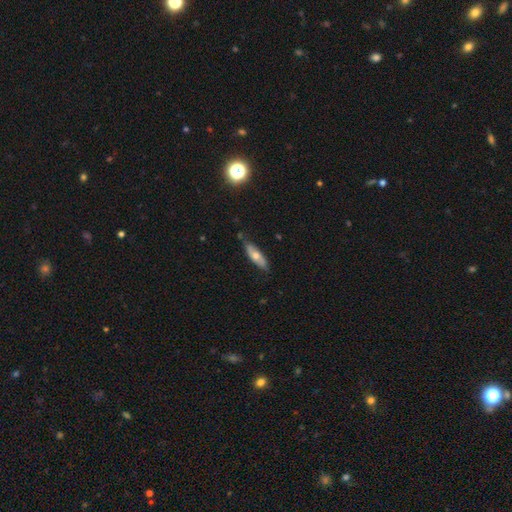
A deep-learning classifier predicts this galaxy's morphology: Q: Smooth or featured?
A: smooth (55%); runner-up: featured or disk (39%)
Q: How rounded?
A: in between (52%); runner-up: cigar-shaped (46%)
Q: Merging?
A: none (75%); runner-up: minor disturbance (20%)